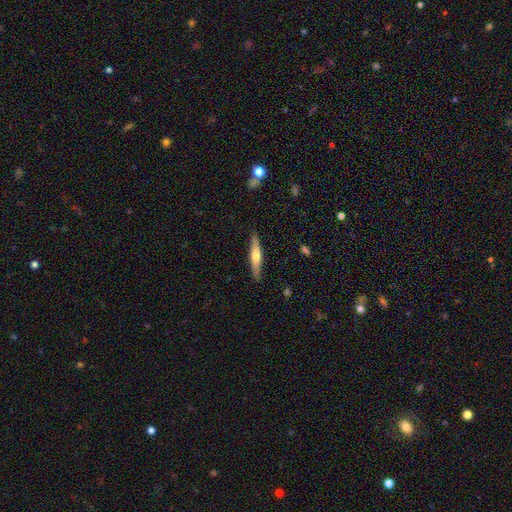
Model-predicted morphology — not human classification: A featured or disk galaxy (50%) viewed edge-on (94%).

Vote fractions:
- Smooth or featured? featured or disk: 50% / smooth: 44% / star or artifact: 5%
- Edge-on disk? yes: 94% / no: 6%
- Merging? none: 89% / minor disturbance: 8% / major disturbance: 2% / merger: 1%